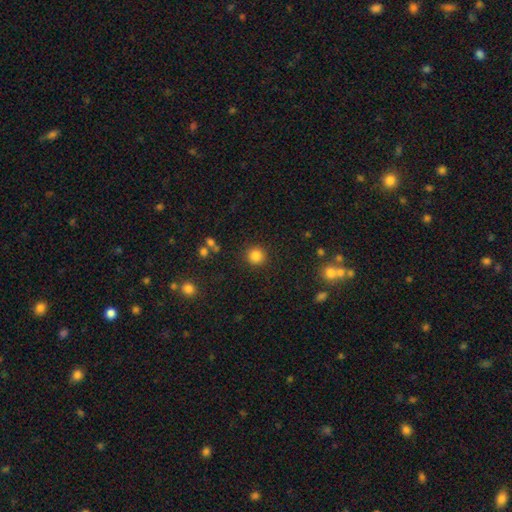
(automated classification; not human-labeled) Q: Smooth or featured?
A: smooth (84%); runner-up: star or artifact (11%)
Q: How rounded?
A: round (93%); runner-up: in between (6%)
Q: Merging?
A: none (88%); runner-up: minor disturbance (7%)